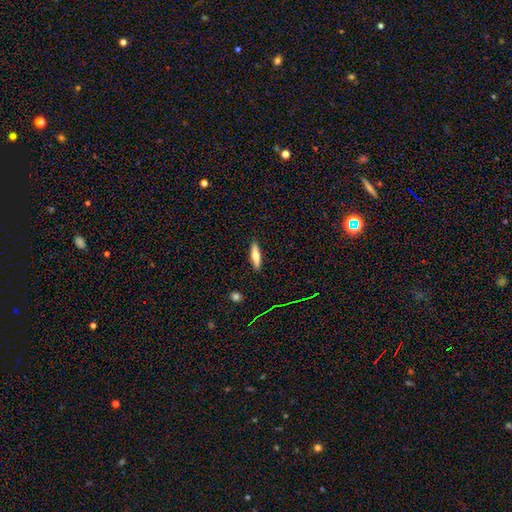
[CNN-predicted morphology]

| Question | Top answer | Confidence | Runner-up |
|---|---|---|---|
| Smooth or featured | smooth | 59% | featured or disk (34%) |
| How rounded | cigar-shaped | 69% | in between (28%) |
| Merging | none | 89% | minor disturbance (8%) |